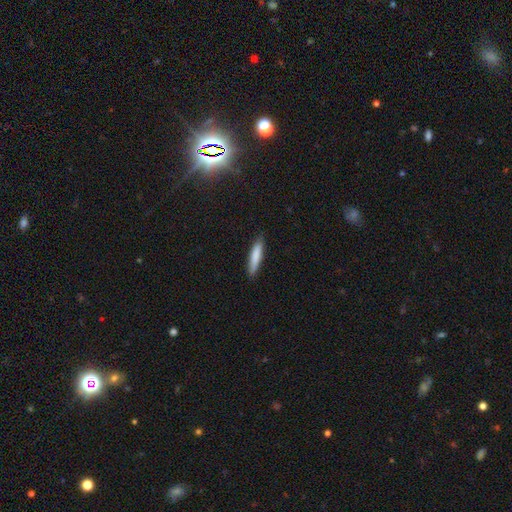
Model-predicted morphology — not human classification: Smooth or featured? smooth (81%)
How rounded? cigar-shaped (87%)
Merging? none (86%)